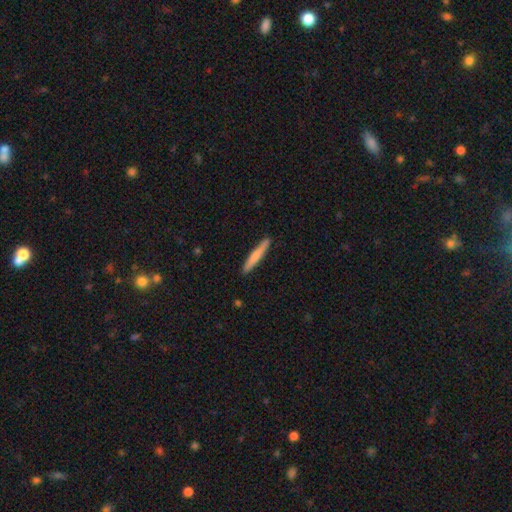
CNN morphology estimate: Smooth or featured: smooth — 67% (featured or disk — 28%)
How rounded: cigar-shaped — 94% (in between — 4%)
Merging: none — 89% (minor disturbance — 8%)